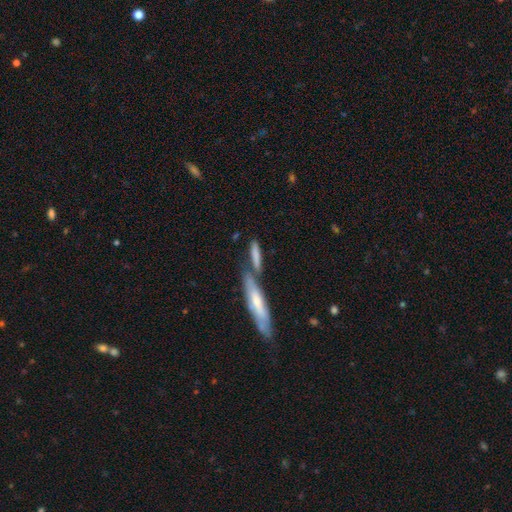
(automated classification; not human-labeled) Smooth or featured? Predicted: smooth (p=0.71). How rounded? Predicted: cigar-shaped (p=0.80). Merging? Predicted: none (p=0.47).